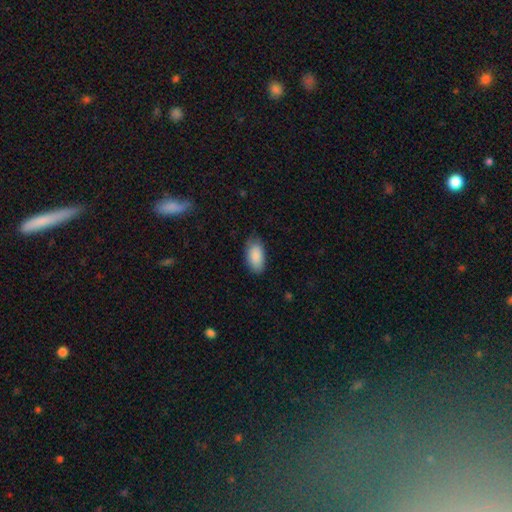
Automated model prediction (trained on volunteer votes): The model was most divided on "merging": none: 76%, minor disturbance: 19%, major disturbance: 4%, merger: 1%. More confident: how rounded — in between (94%); smooth or featured — smooth (89%).